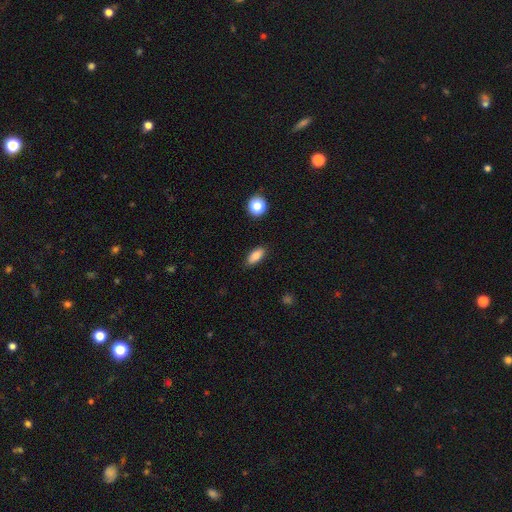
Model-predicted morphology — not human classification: Q: Smooth or featured?
A: smooth (83%); runner-up: featured or disk (9%)
Q: How rounded?
A: in between (83%); runner-up: cigar-shaped (13%)
Q: Merging?
A: none (85%); runner-up: minor disturbance (11%)